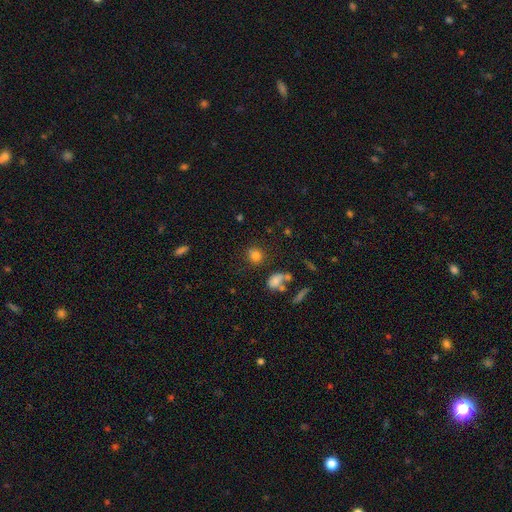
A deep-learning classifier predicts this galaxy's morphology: smooth 77%, star or artifact 14%, featured or disk 9%. Down the decision tree: how rounded — round (65%); merging — none (74%).